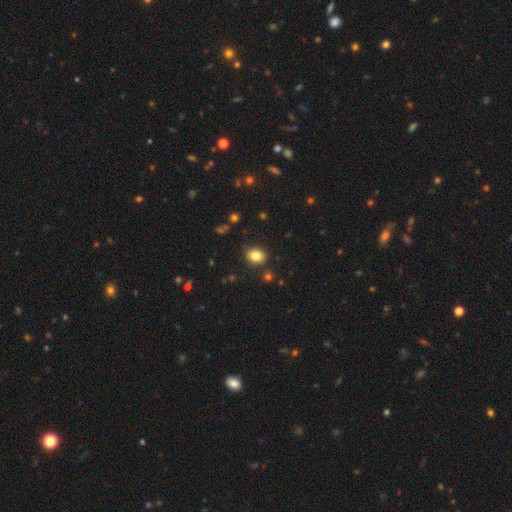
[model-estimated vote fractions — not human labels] Smooth or featured? smooth (83%)
How rounded? in between (53%)
Merging? none (85%)